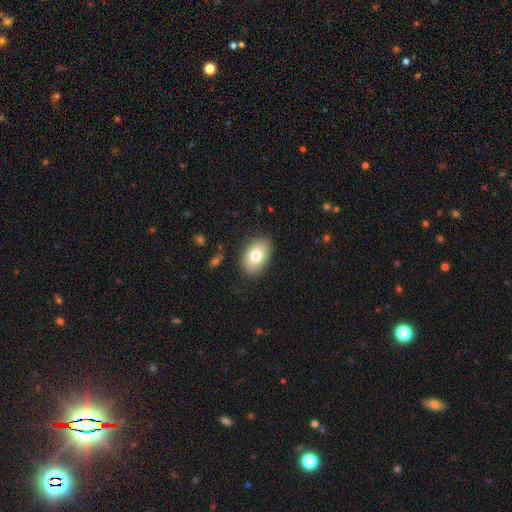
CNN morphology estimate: Smooth or featured? smooth (77%)
How rounded? in between (88%)
Merging? none (84%)